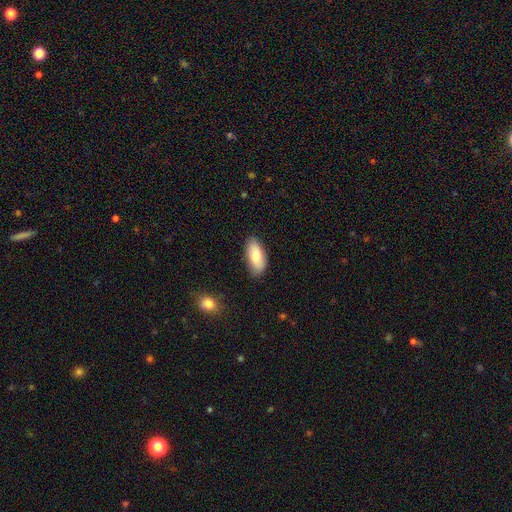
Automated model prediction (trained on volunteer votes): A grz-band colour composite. It shows a smooth galaxy with no disk features (78%) that is in between round and cigar-shaped (89%). Merging: none (82%).